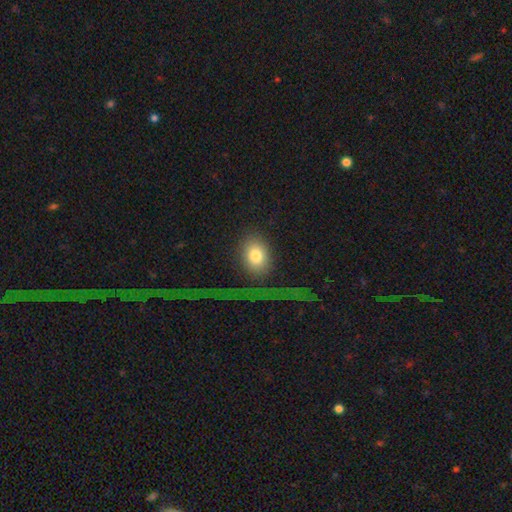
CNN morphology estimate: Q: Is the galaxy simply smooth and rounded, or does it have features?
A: smooth — 78%.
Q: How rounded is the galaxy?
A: in between — 58%.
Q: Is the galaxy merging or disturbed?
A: none — 64%.